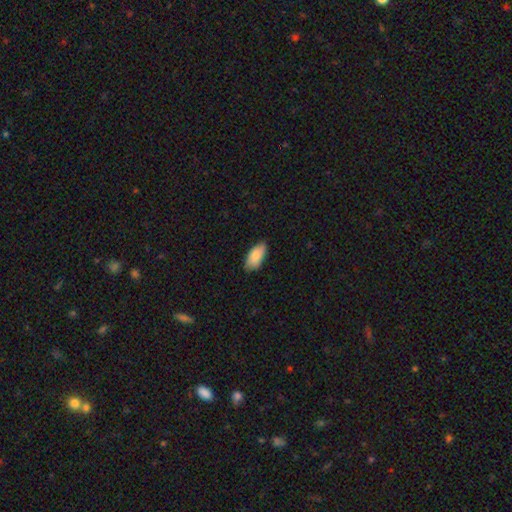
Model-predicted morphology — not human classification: This appears to be a smooth galaxy with no disk features (85%) that is in between round and cigar-shaped (92%). Merging: none (79%).